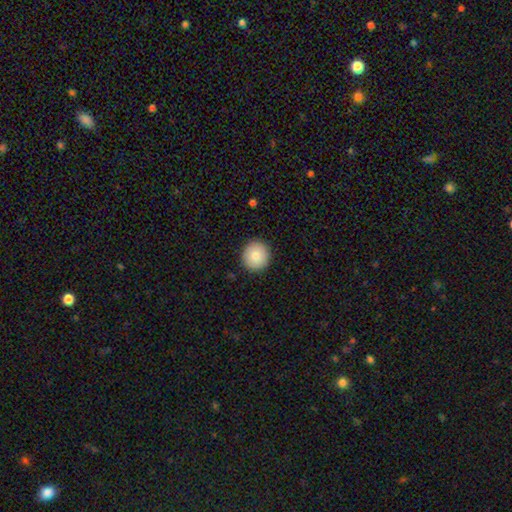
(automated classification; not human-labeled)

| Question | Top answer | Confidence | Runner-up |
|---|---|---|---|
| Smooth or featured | smooth | 84% | featured or disk (8%) |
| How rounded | round | 92% | in between (7%) |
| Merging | none | 91% | minor disturbance (6%) |